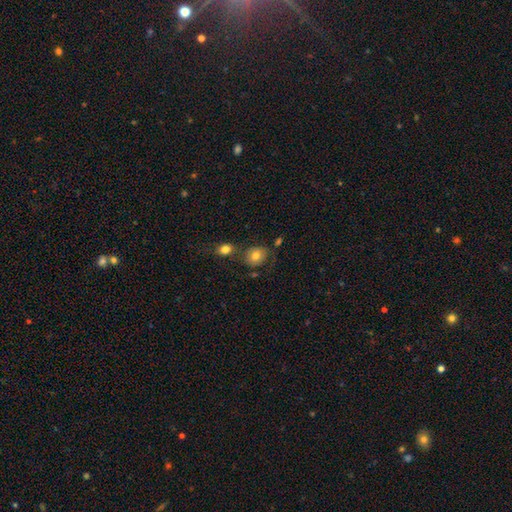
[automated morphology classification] This appears to be a smooth galaxy with no disk features (76%) that is round (65%). Merging: none (61%).